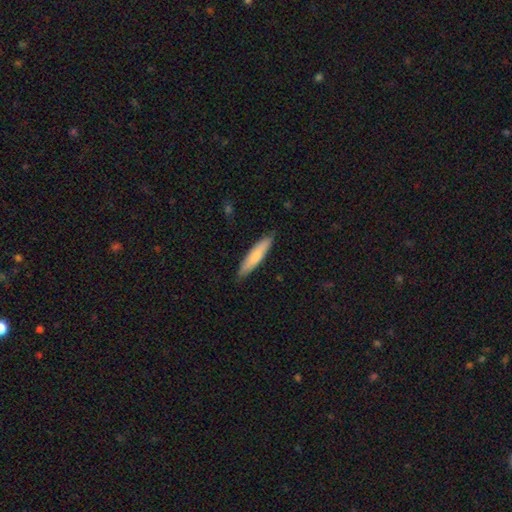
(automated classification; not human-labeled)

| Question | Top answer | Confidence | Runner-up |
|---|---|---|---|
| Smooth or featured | smooth | 72% | featured or disk (23%) |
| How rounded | cigar-shaped | 83% | in between (16%) |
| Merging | none | 87% | minor disturbance (10%) |